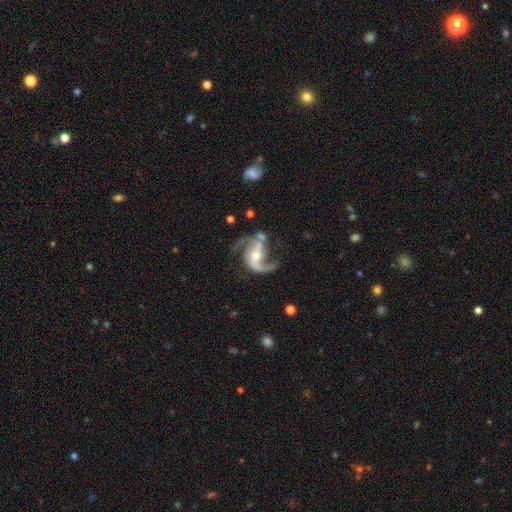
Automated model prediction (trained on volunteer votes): A featured or disk galaxy (91%) with a weak bar (41%), 2 (86%) loose (49%) spiral arms (98%) and a moderate central bulge (59%). Merging: none (62%).